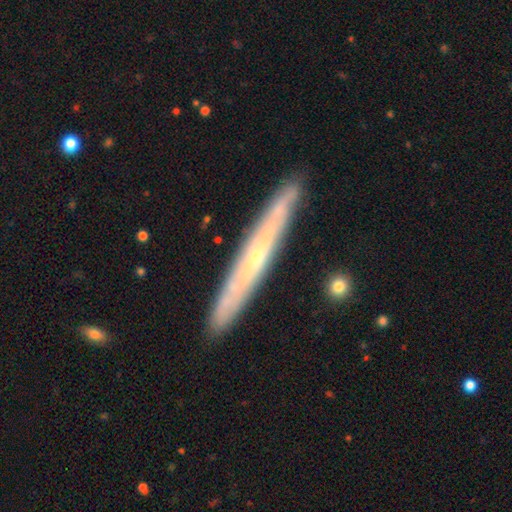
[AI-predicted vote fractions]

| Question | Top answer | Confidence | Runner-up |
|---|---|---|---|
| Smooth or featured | featured or disk | 72% | smooth (22%) |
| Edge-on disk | yes | 86% | no (14%) |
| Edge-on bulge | none | 56% | rounded (40%) |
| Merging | none | 89% | minor disturbance (8%) |